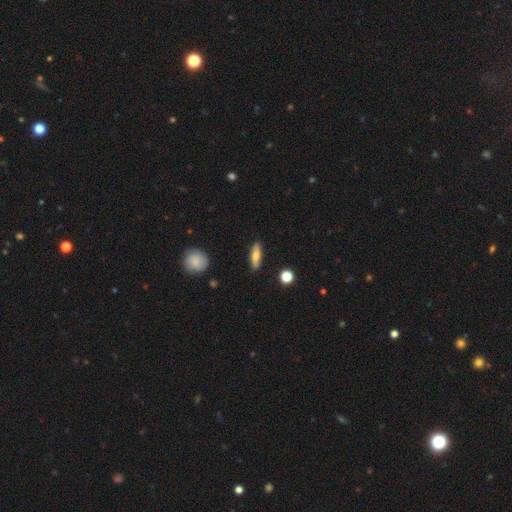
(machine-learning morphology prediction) Overall: smooth (65%; featured or disk 29%). How rounded: cigar-shaped (63%; in between 34%). Merging: none (88%).